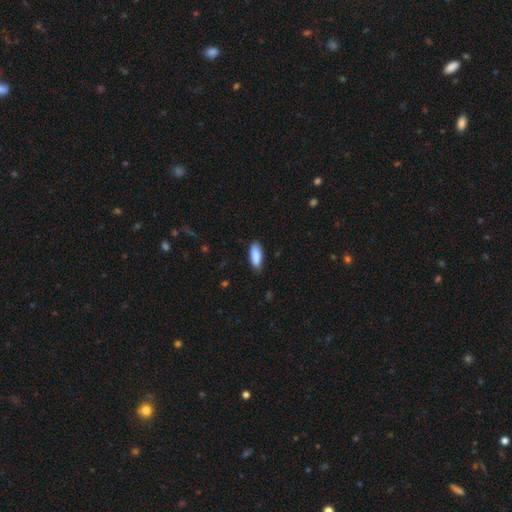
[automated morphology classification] Q: Smooth or featured?
A: smooth (85%); runner-up: featured or disk (9%)
Q: How rounded?
A: in between (74%); runner-up: cigar-shaped (25%)
Q: Merging?
A: none (80%); runner-up: minor disturbance (16%)